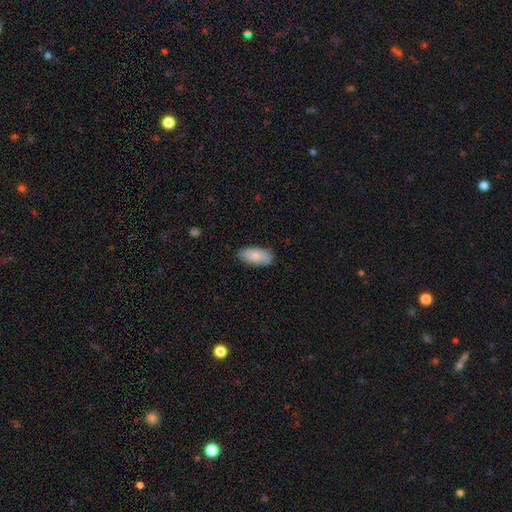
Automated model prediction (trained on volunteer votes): A smooth galaxy with no disk features (84%) that is in between round and cigar-shaped (91%).

Vote fractions:
- Smooth or featured? smooth: 84% / featured or disk: 11% / star or artifact: 6%
- How rounded? in between: 91% / cigar-shaped: 6% / round: 2%
- Merging? none: 81% / minor disturbance: 15% / major disturbance: 3% / merger: 1%